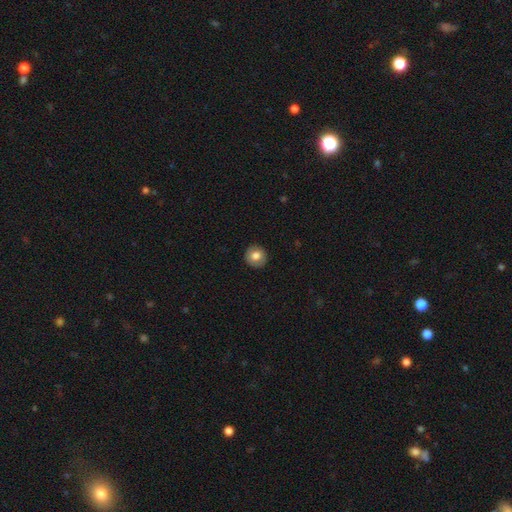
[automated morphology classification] Q: Smooth or featured?
A: smooth (77%); runner-up: featured or disk (15%)
Q: How rounded?
A: round (92%); runner-up: in between (7%)
Q: Merging?
A: none (90%); runner-up: minor disturbance (7%)